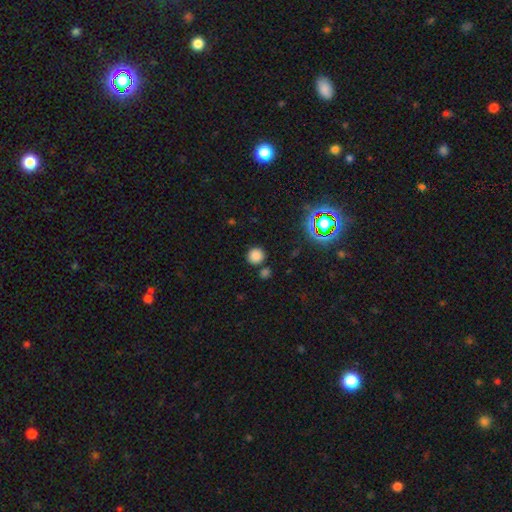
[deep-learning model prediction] Smooth or featured?
  - smooth: 80% *
  - star or artifact: 15%
  - featured or disk: 5%
How rounded?
  - round: 90% *
  - in between: 9%
  - cigar-shaped: 1%
Merging?
  - none: 81% *
  - minor disturbance: 8%
  - merger: 8%
  - major disturbance: 3%